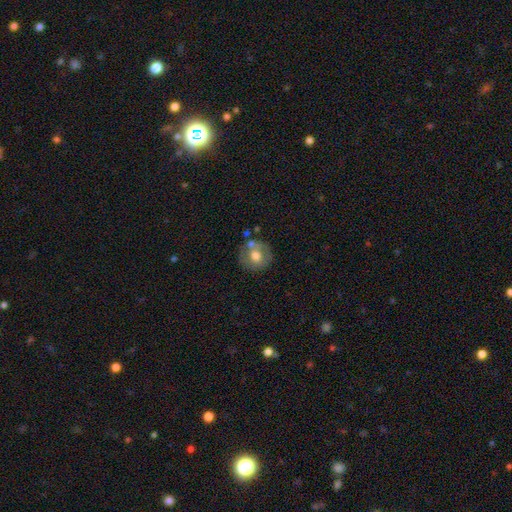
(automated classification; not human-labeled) This appears to be a smooth galaxy with no disk features (56%) that is round (86%). Merging: none (67%).